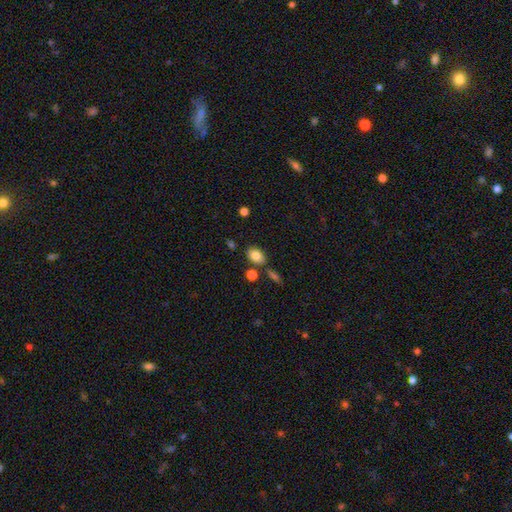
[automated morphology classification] Overall: smooth (82%). How rounded: in between (81%). Merging: none (76%).